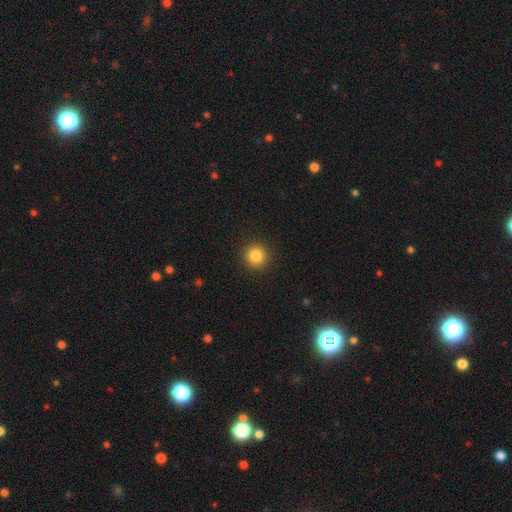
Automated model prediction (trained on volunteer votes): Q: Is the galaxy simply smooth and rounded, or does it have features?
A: smooth — 85%.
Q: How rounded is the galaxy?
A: round — 94%.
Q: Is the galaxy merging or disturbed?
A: none — 92%.